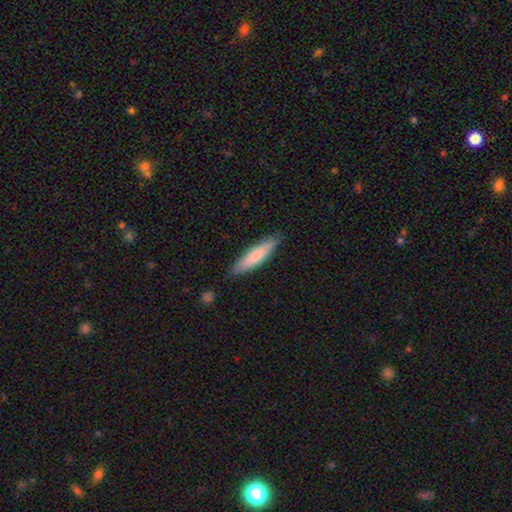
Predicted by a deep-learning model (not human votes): A smooth galaxy with no disk features (73%) that is cigar-shaped (77%).

Vote fractions:
- Smooth or featured? smooth: 73% / featured or disk: 22% / star or artifact: 5%
- How rounded? cigar-shaped: 77% / in between: 22% / round: 1%
- Merging? none: 87% / minor disturbance: 10% / major disturbance: 2% / merger: 1%